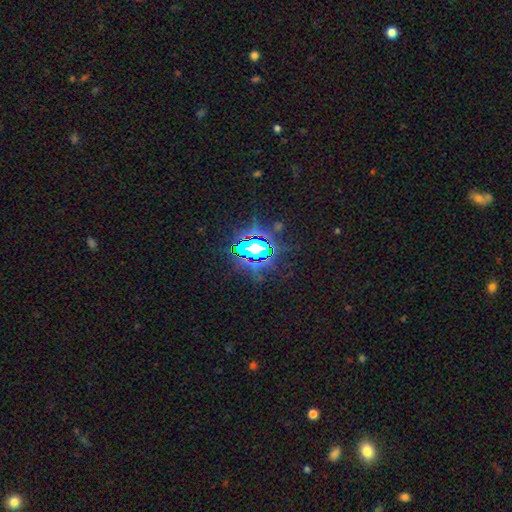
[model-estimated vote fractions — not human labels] A star or artifact, not a galaxy (81%).